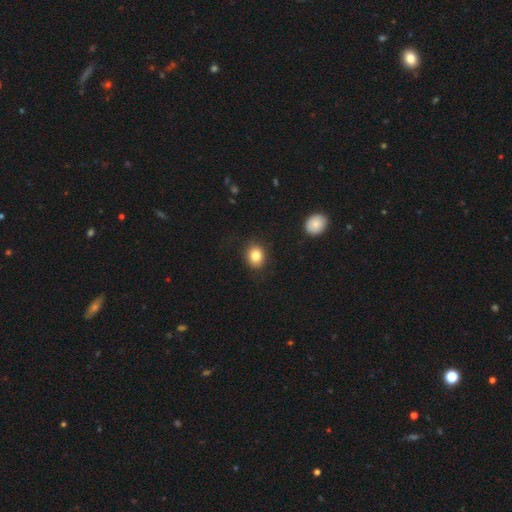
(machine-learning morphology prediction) Q: Smooth or featured?
A: smooth (83%); runner-up: star or artifact (9%)
Q: How rounded?
A: round (54%); runner-up: in between (45%)
Q: Merging?
A: none (87%); runner-up: minor disturbance (9%)